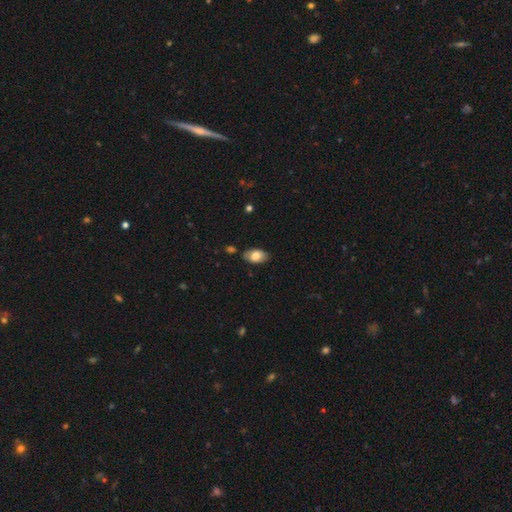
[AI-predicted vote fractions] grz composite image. It shows a smooth galaxy with no disk features (78%) that is in between round and cigar-shaped (93%). Merging: none (78%).